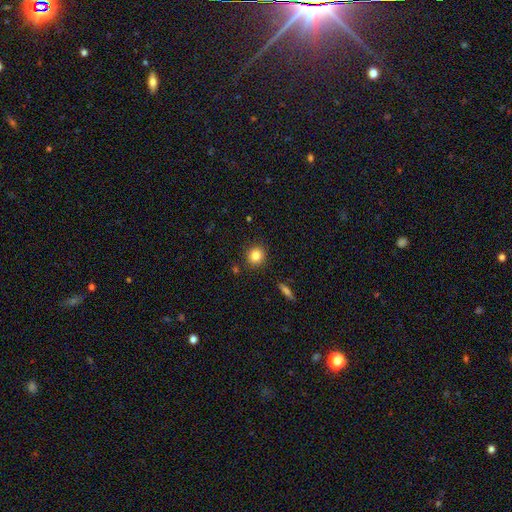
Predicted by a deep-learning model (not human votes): smooth 84%, star or artifact 10%, featured or disk 6%. Down the decision tree: how rounded — round (87%); merging — none (89%).